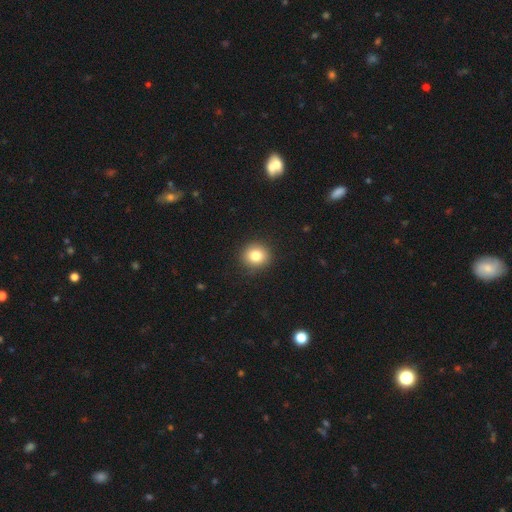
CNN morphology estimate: The model was most divided on "smooth or featured": smooth: 81%, star or artifact: 11%, featured or disk: 8%. More confident: merging — none (90%); how rounded — round (86%).